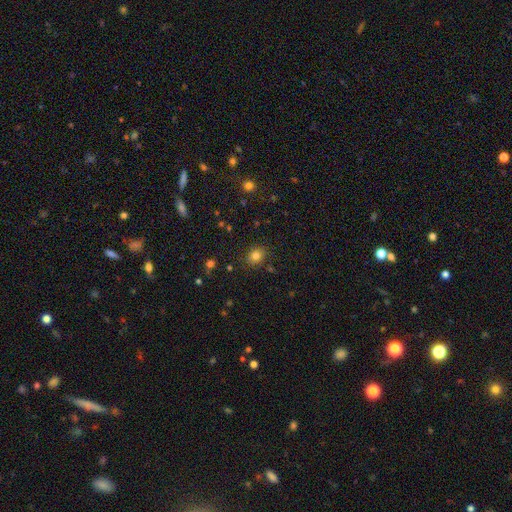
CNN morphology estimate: Q: Smooth or featured?
A: smooth (81%); runner-up: star or artifact (13%)
Q: How rounded?
A: round (57%); runner-up: in between (42%)
Q: Merging?
A: none (85%); runner-up: minor disturbance (10%)